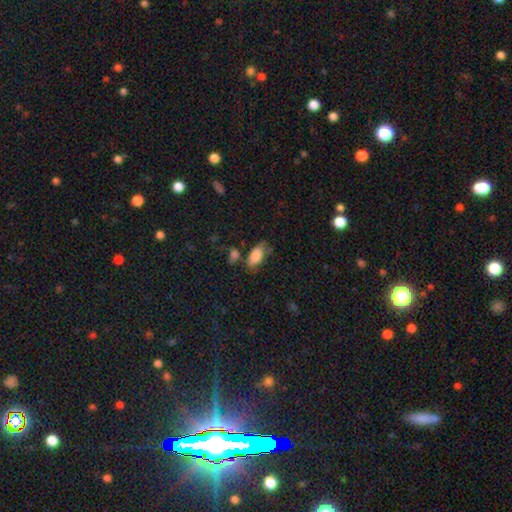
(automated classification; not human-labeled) Morphology: type=smooth (83%); roundness=in between (92%); merging=none (56%).